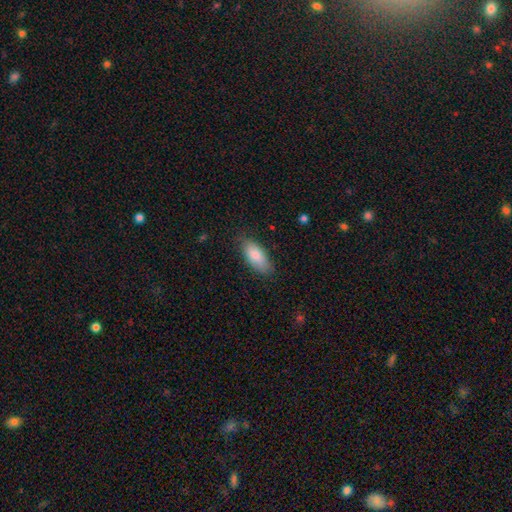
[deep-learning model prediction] A smooth galaxy with no disk features (83%) that is in between round and cigar-shaped (86%).

Vote fractions:
- Smooth or featured? smooth: 83% / featured or disk: 11% / star or artifact: 6%
- How rounded? in between: 86% / cigar-shaped: 12% / round: 2%
- Merging? none: 80% / minor disturbance: 16% / major disturbance: 3% / merger: 1%